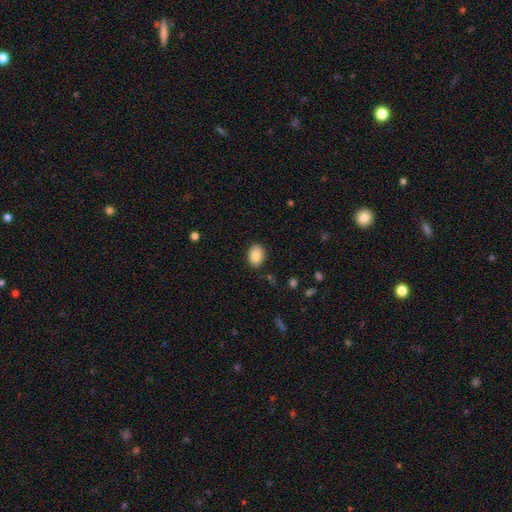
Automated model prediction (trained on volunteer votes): Smooth or featured? Predicted: smooth (p=0.86). How rounded? Predicted: in between (p=0.78). Merging? Predicted: none (p=0.87).